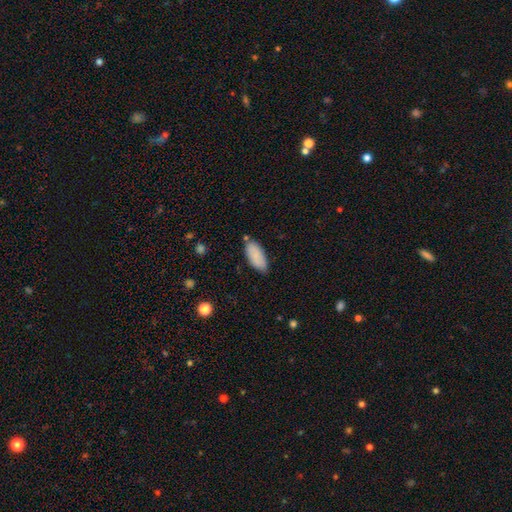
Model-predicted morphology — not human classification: smooth 87%, featured or disk 6%, star or artifact 6%. Down the decision tree: how rounded — in between (86%); merging — none (75%).